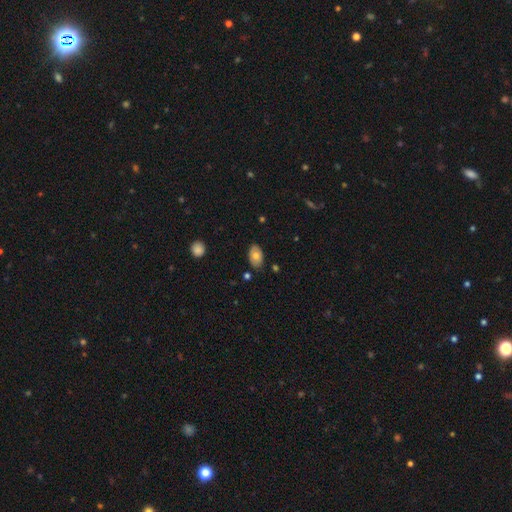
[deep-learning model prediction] Morphology: type=smooth (66%); roundness=in between (91%); merging=none (81%).